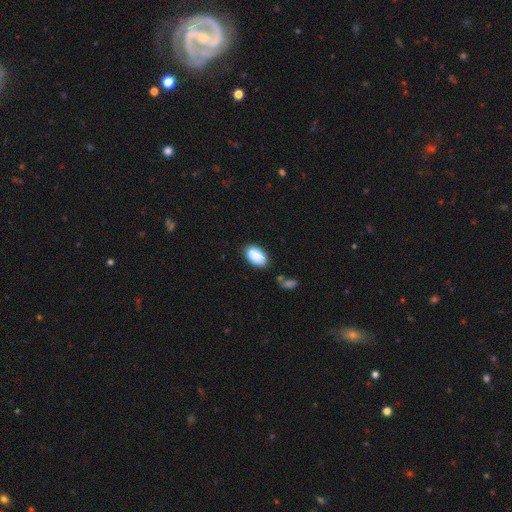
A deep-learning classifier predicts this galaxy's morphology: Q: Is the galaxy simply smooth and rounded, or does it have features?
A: smooth — 88%.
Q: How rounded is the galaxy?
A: in between — 94%.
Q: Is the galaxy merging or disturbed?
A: none — 72%.